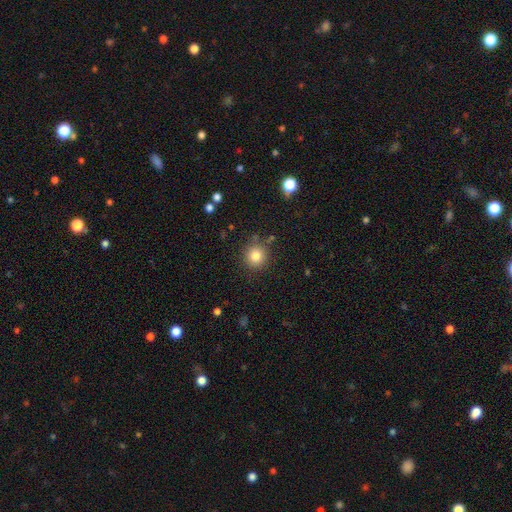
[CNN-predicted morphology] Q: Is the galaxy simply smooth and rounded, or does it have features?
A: smooth — 82%.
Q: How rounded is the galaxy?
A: round — 92%.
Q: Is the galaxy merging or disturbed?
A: none — 85%.